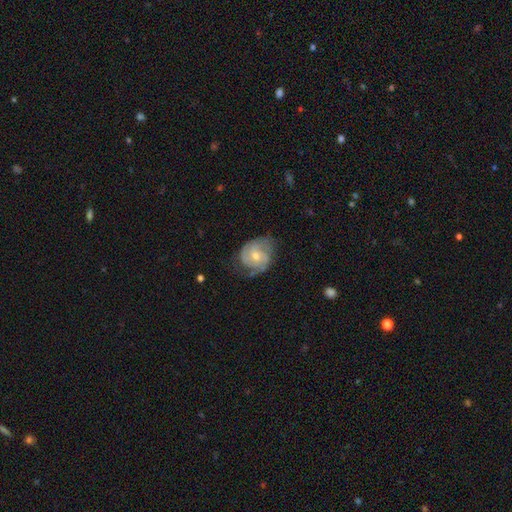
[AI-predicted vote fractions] Overall: featured or disk (74%). Edge-on disk: no (98%). Bar: no (58%; weak 36%). Spiral arms: yes (93%). Spiral arm count: 2 (56%; can't tell 18%). Spiral winding: tight (47%; medium 40%). Bulge size: moderate (55%; small 39%). Merging: none (63%; minor disturbance 26%).